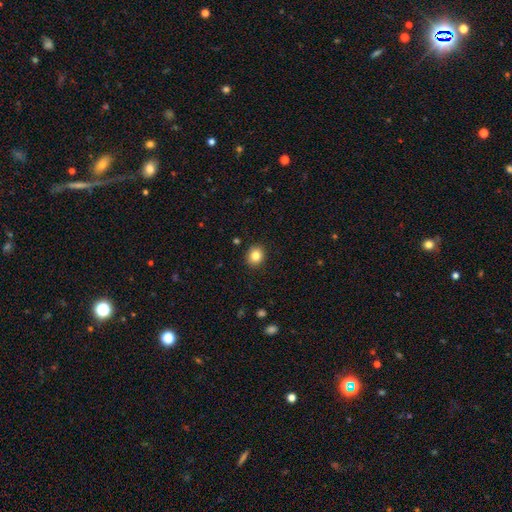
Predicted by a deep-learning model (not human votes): smooth-or-featured: smooth: 83% | star or artifact: 10% | featured or disk: 7%
  how-rounded: round: 72% | in between: 27% | cigar-shaped: 1%
  merging: none: 91% | minor disturbance: 7% | major disturbance: 2% | merger: 1%